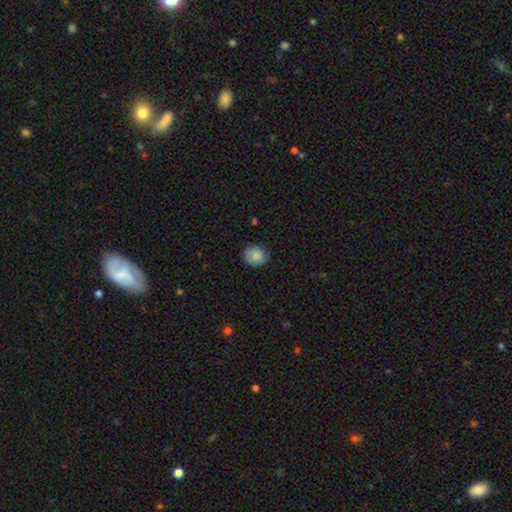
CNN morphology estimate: smooth_or_featured: smooth (p=0.85) [alt: featured or disk p=0.08]
how_rounded: round (p=0.78) [alt: in between p=0.21]
merging: none (p=0.79) [alt: minor disturbance p=0.17]